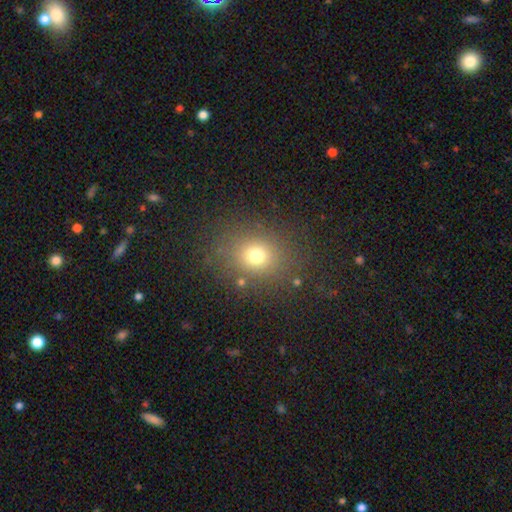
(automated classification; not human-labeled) smooth-or-featured: smooth: 71% | star or artifact: 18% | featured or disk: 11%
  how-rounded: round: 64% | in between: 35% | cigar-shaped: 1%
  merging: none: 80% | minor disturbance: 11% | major disturbance: 7% | merger: 2%